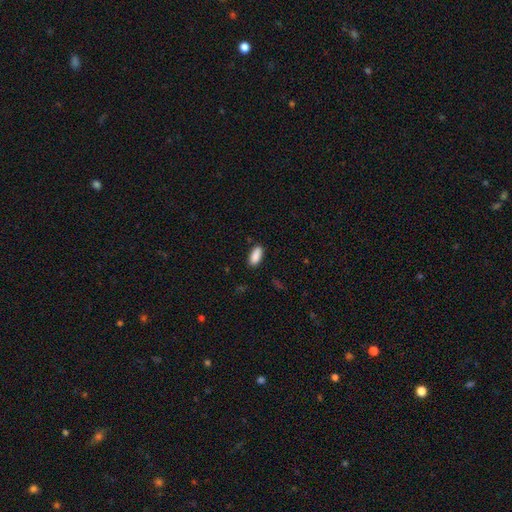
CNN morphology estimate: smooth-or-featured: smooth: 89% | star or artifact: 7% | featured or disk: 4%
  how-rounded: in between: 83% | cigar-shaped: 15% | round: 2%
  merging: none: 85% | minor disturbance: 11% | major disturbance: 2% | merger: 2%